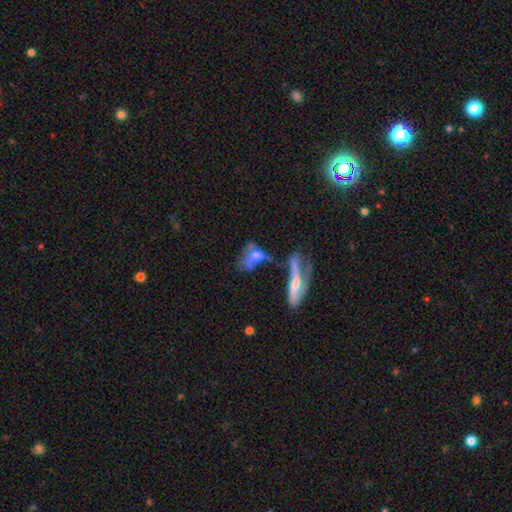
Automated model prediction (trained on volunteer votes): The model was most divided on "smooth or featured": featured or disk: 48%, smooth: 41%, star or artifact: 12%. More confident: merging — merger (51%).